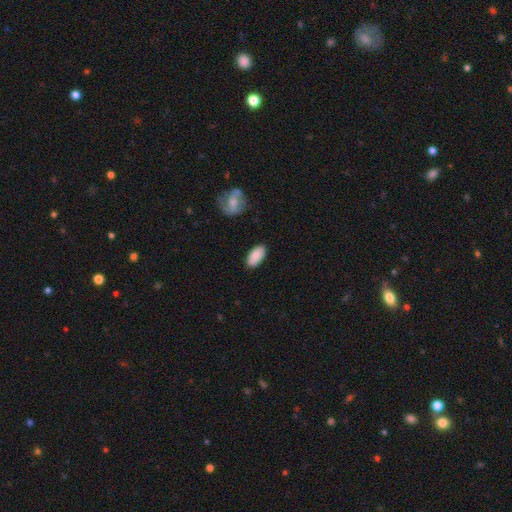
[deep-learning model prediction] smooth 85%, featured or disk 8%, star or artifact 6%. Down the decision tree: how rounded — in between (94%); merging — none (85%).